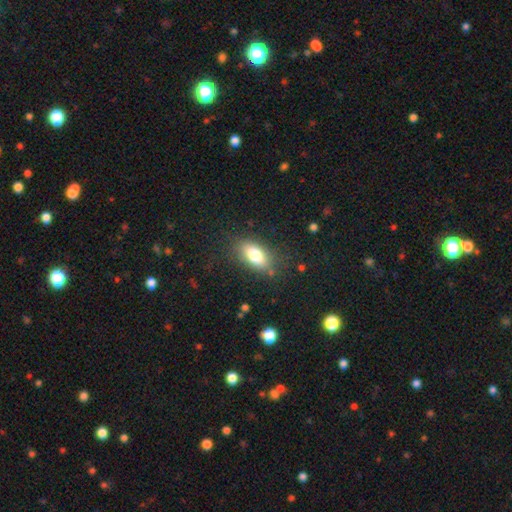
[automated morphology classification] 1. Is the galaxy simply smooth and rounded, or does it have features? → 80% smooth, 12% featured or disk, 9% star or artifact.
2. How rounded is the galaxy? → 87% in between, 8% cigar-shaped, 5% round.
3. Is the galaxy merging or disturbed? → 80% none, 14% minor disturbance, 4% major disturbance, 2% merger.